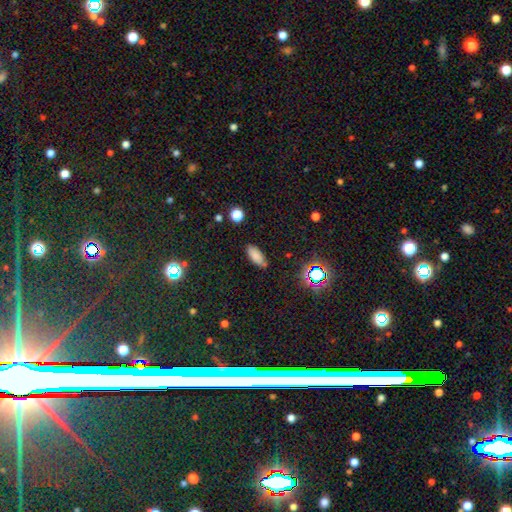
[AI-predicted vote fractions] Smooth or featured? Predicted: smooth (p=0.80). How rounded? Predicted: in between (p=0.85). Merging? Predicted: none (p=0.83).